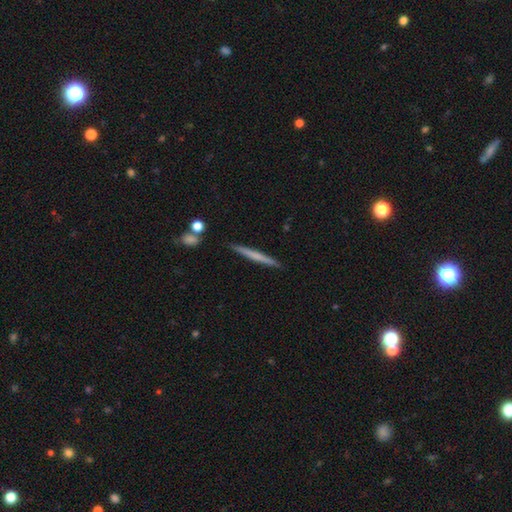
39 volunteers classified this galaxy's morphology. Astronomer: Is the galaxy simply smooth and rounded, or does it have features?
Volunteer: smooth — 46%, tied with featured or disk at 46%.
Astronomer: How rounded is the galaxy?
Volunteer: cigar-shaped — 94%.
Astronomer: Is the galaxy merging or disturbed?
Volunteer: none — 97%.